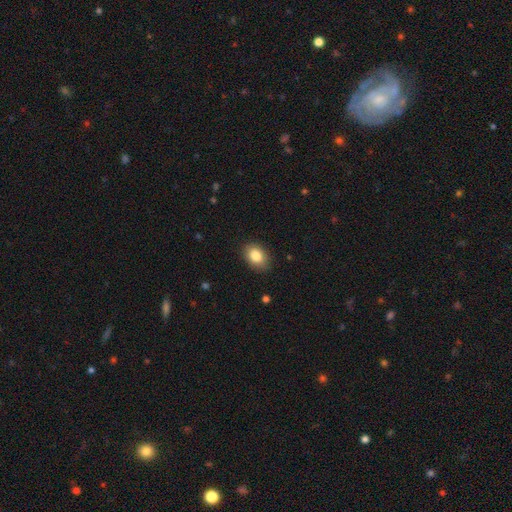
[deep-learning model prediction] This appears to be a smooth galaxy with no disk features (85%) that is in between round and cigar-shaped (76%). Merging: none (87%).